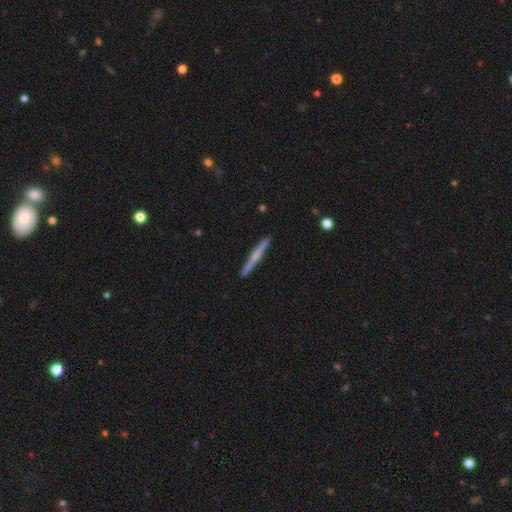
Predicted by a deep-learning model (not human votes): Smooth or featured? Predicted: featured or disk (p=0.55). Edge-on disk? Predicted: yes (p=0.97). Edge-on bulge? Predicted: rounded (p=0.52). Merging? Predicted: none (p=0.91).